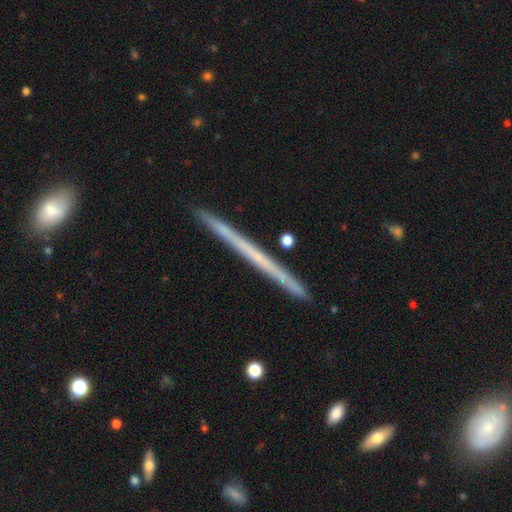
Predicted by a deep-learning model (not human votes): Overall: featured or disk (60%; smooth 35%). Edge-on disk: yes (98%). Edge-on bulge: none (93%). Merging: none (90%).